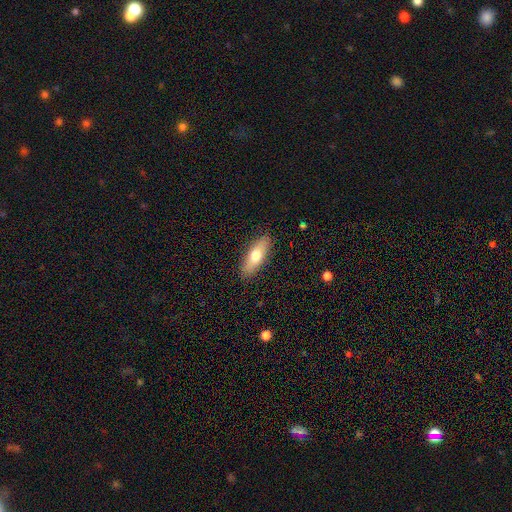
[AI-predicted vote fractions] smooth-or-featured: smooth: 67% | featured or disk: 27% | star or artifact: 6%
  how-rounded: in between: 65% | cigar-shaped: 33% | round: 3%
  merging: none: 88% | minor disturbance: 9% | major disturbance: 2% | merger: 1%